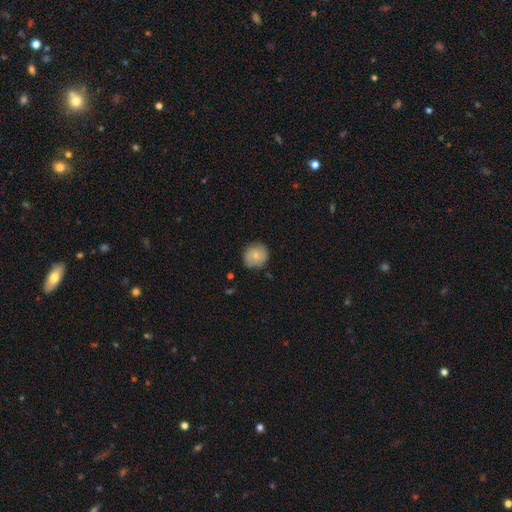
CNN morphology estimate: Q: Smooth or featured?
A: smooth (73%); runner-up: featured or disk (20%)
Q: How rounded?
A: round (85%); runner-up: in between (14%)
Q: Merging?
A: none (83%); runner-up: minor disturbance (13%)